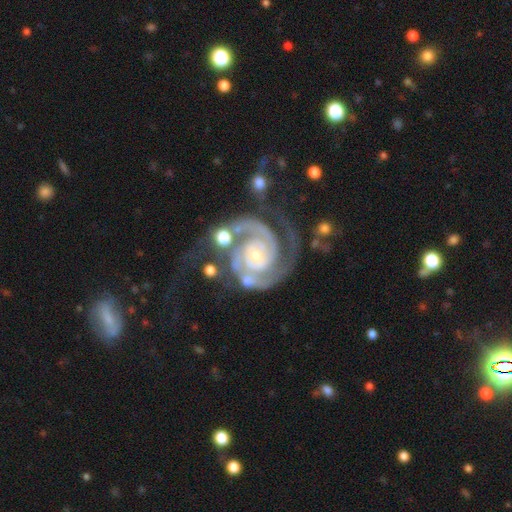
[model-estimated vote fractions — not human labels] smooth_or_featured: featured or disk (p=0.93) [alt: star or artifact p=0.04]
disk_edge_on: no (p=0.98) [alt: yes p=0.02]
bar: no (p=0.58) [alt: weak p=0.30]
has_spiral_arms: yes (p=0.99) [alt: no p=0.01]
spiral_winding: tight (p=0.69) [alt: medium p=0.26]
spiral_arm_count: 2 (p=0.81) [alt: 3 p=0.07]
bulge_size: small (p=0.63) [alt: moderate p=0.32]
merging: none (p=0.56) [alt: minor disturbance p=0.18]